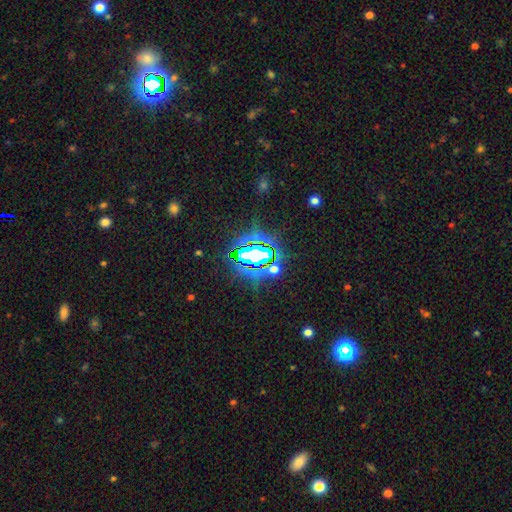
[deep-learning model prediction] smooth_or_featured: star or artifact (p=0.77) [alt: smooth p=0.13]